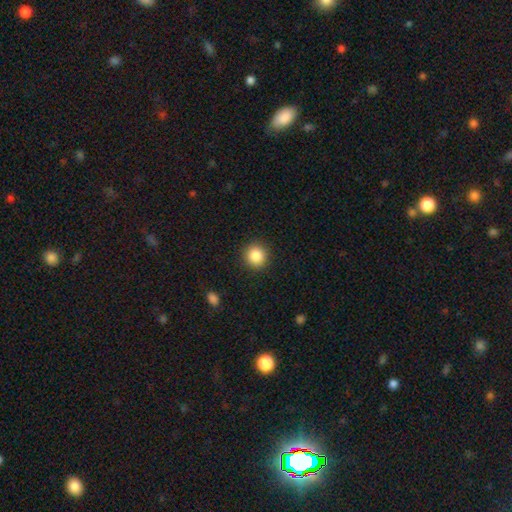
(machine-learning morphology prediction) This is clearly a smooth galaxy (86%). How rounded: clearly round (93%). Merging: clearly none (91%).